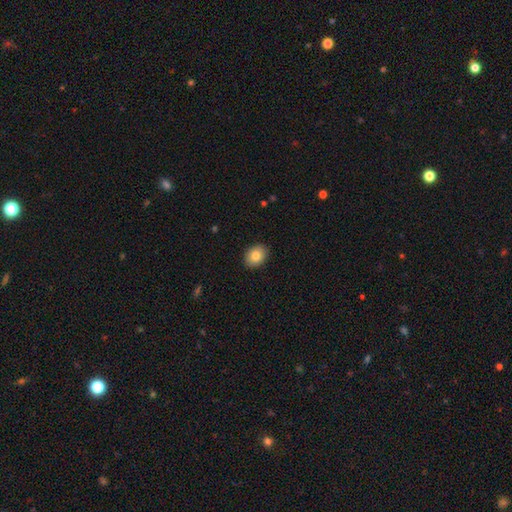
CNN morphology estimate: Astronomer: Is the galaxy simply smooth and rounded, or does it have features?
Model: smooth — 83%.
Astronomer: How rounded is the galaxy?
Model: in between — 62% (runner-up: round, 37%).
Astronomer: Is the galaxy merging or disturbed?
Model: none — 90%.